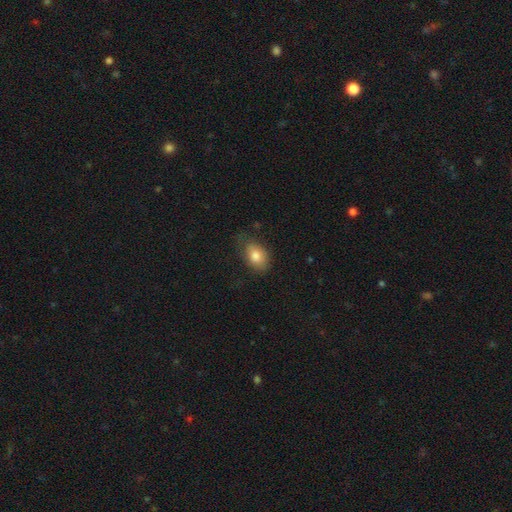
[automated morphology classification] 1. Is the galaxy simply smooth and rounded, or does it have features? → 82% smooth, 10% featured or disk, 8% star or artifact.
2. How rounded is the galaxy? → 81% in between, 18% round, 1% cigar-shaped.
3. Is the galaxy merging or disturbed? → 66% none, 25% minor disturbance, 7% major disturbance, 1% merger.